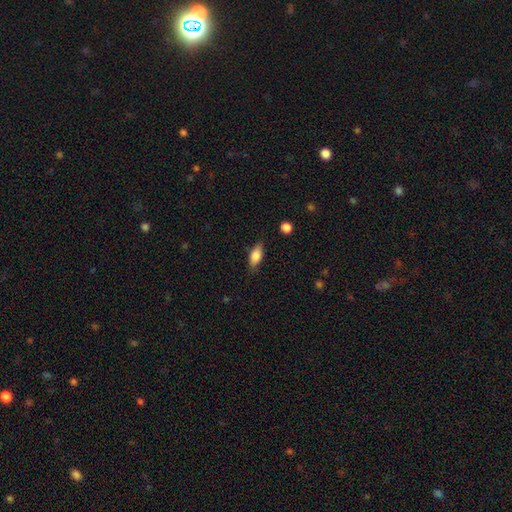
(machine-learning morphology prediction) This is likely a smooth galaxy (75%). How rounded: clearly in between (81%). Merging: likely none (79%).